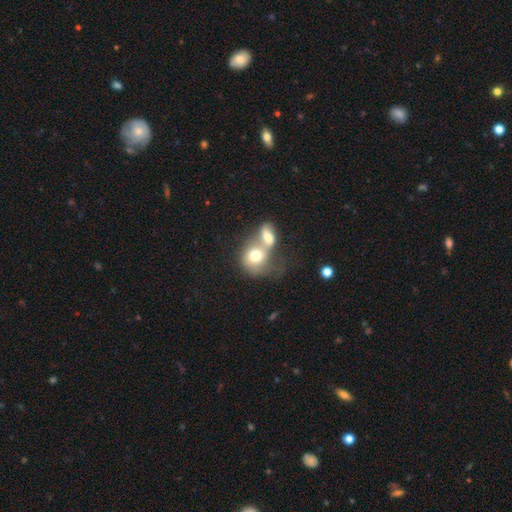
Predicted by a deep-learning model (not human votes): This appears to be a smooth galaxy with no disk features (69%) that is round (59%). Merging: merger (75%).